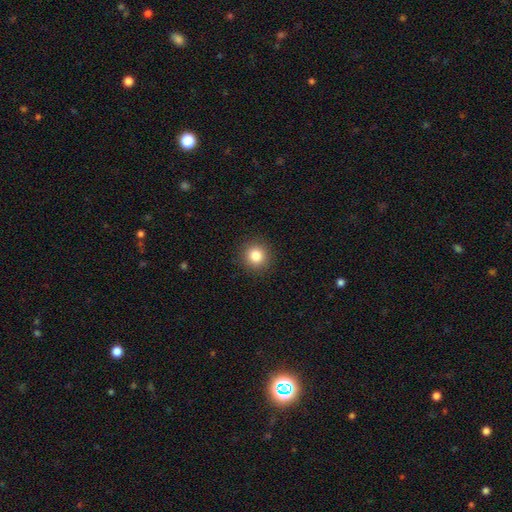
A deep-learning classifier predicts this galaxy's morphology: A smooth galaxy with no disk features (83%) that is round (93%).

Vote fractions:
- Smooth or featured? smooth: 83% / star or artifact: 11% / featured or disk: 6%
- How rounded? round: 93% / in between: 6% / cigar-shaped: 1%
- Merging? none: 91% / minor disturbance: 6% / major disturbance: 2% / merger: 1%